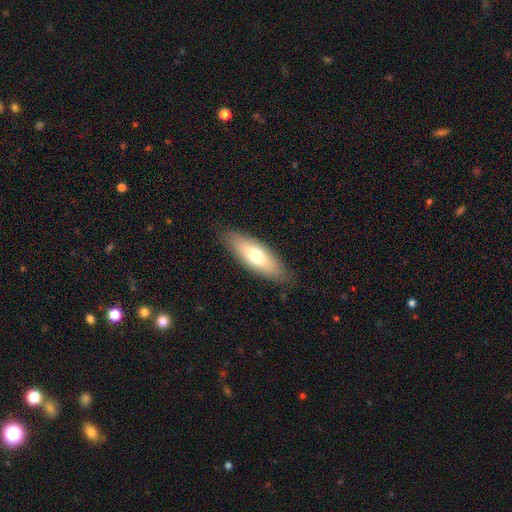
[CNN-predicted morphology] This appears to be a smooth galaxy with no disk features (66%) that is in between round and cigar-shaped (63%). Merging: none (85%).